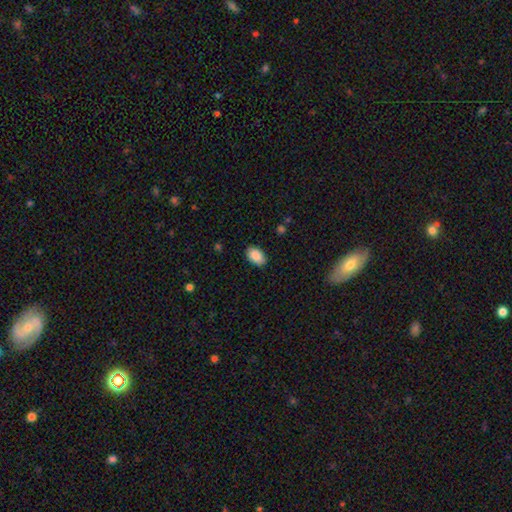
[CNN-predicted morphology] smooth-or-featured: smooth: 88% | star or artifact: 7% | featured or disk: 5%
  how-rounded: in between: 92% | round: 7% | cigar-shaped: 1%
  merging: none: 87% | minor disturbance: 10% | major disturbance: 2% | merger: 1%